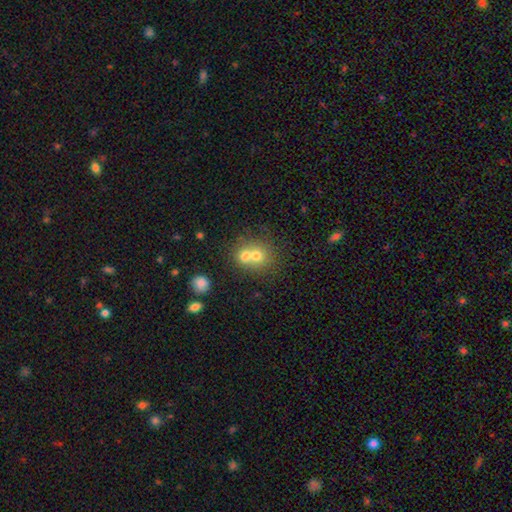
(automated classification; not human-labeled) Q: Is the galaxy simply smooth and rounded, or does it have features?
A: smooth — 67%.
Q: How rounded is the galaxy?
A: round — 80%.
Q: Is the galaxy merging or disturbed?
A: merger — 57%.